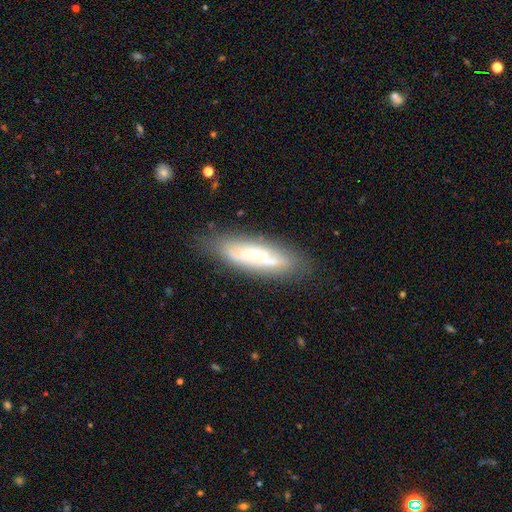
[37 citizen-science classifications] Smooth or featured: featured or disk — 51% (smooth — 41%)
Edge-on disk: no — 68% (yes — 32%)
Bar: no — 92% (weak — 8%)
Spiral arms: no — 54% (yes — 46%)
Bulge size: small — 77% (moderate — 15%)
Merging: none — 79% (minor disturbance — 15%)